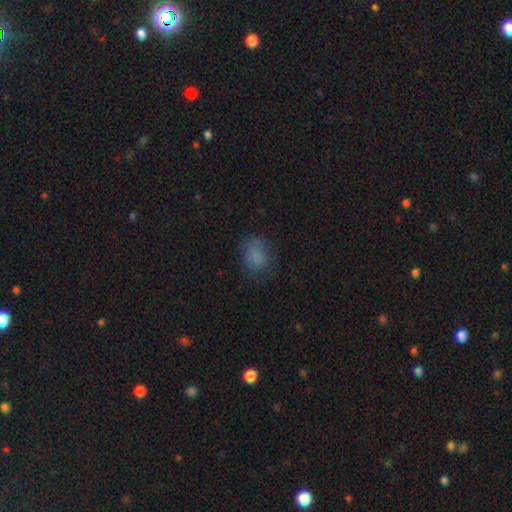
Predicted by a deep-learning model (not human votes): The model was most divided on "how rounded": in between: 59%, round: 39%, cigar-shaped: 1%. More confident: smooth or featured — smooth (78%); merging — none (70%).